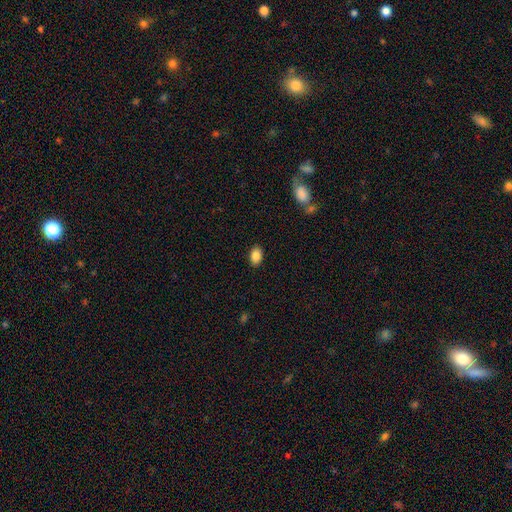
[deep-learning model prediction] Overall: smooth (87%). How rounded: in between (89%). Merging: none (89%).